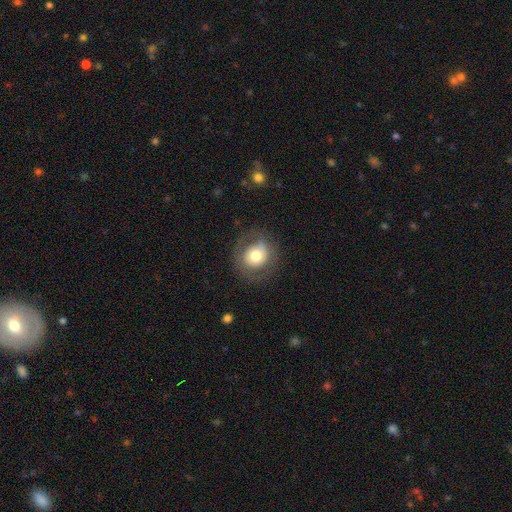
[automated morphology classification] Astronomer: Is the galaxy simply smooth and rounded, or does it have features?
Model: smooth — 59%.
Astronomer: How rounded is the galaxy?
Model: round — 82%.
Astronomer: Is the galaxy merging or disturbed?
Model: none — 75%.